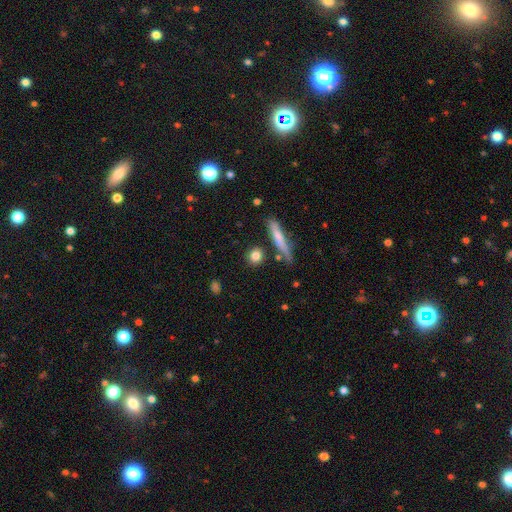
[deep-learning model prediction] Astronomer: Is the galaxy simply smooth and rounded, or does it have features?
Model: smooth — 80%.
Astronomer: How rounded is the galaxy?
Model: round — 69%.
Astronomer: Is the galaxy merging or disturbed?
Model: none — 81%.